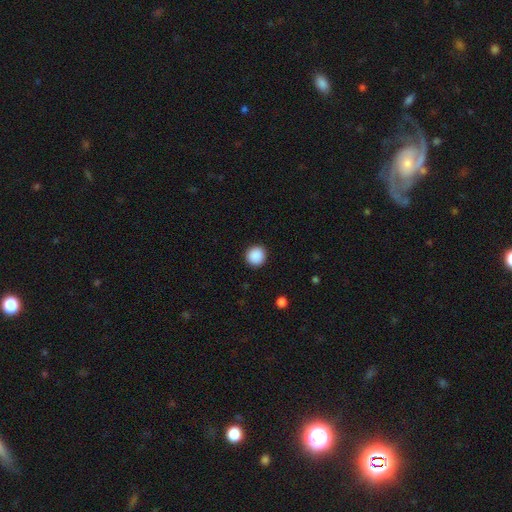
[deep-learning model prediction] Morphology: type=smooth (89%); roundness=round (94%); merging=none (92%).